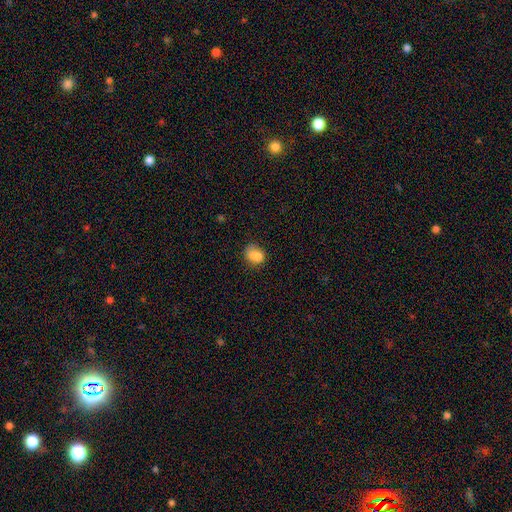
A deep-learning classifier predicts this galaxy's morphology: smooth-or-featured: smooth: 77% | featured or disk: 13% | star or artifact: 10%
  how-rounded: in between: 51% | round: 48% | cigar-shaped: 1%
  merging: none: 44% | merger: 27% | minor disturbance: 21% | major disturbance: 8%